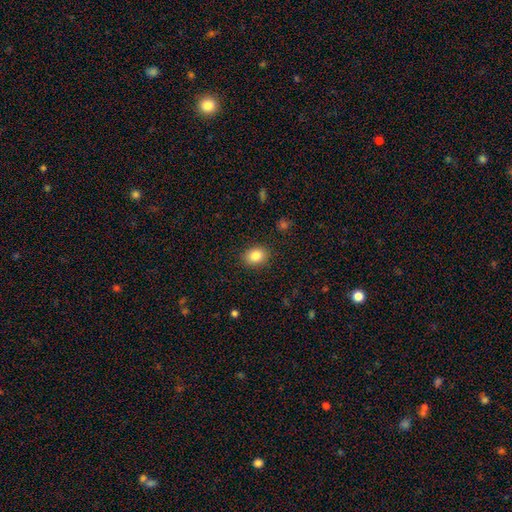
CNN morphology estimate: A smooth galaxy with no disk features (84%) that is in between round and cigar-shaped (50%).

Vote fractions:
- Smooth or featured? smooth: 84% / star or artifact: 9% / featured or disk: 6%
- How rounded? in between: 50% / round: 49% / cigar-shaped: 1%
- Merging? none: 88% / minor disturbance: 8% / major disturbance: 2% / merger: 1%